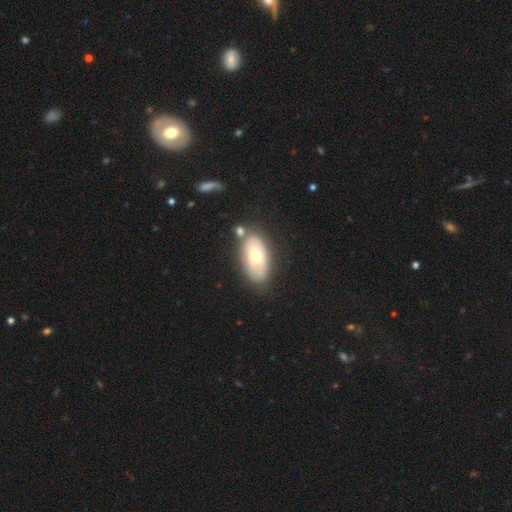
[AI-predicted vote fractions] Smooth or featured? smooth (50%)
How rounded? in between (92%)
Merging? none (65%)